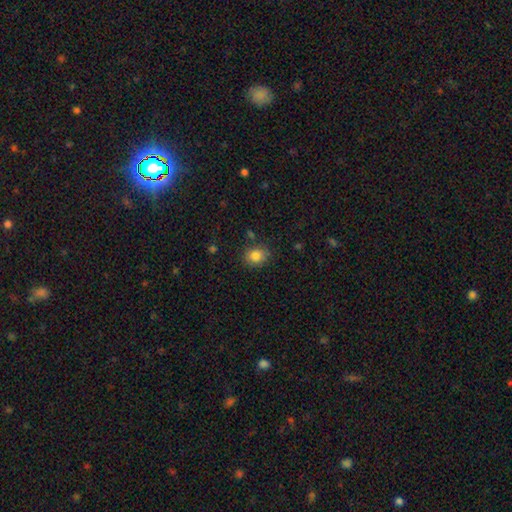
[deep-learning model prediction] Morphology: type=smooth (83%); roundness=round (60%); merging=none (83%).